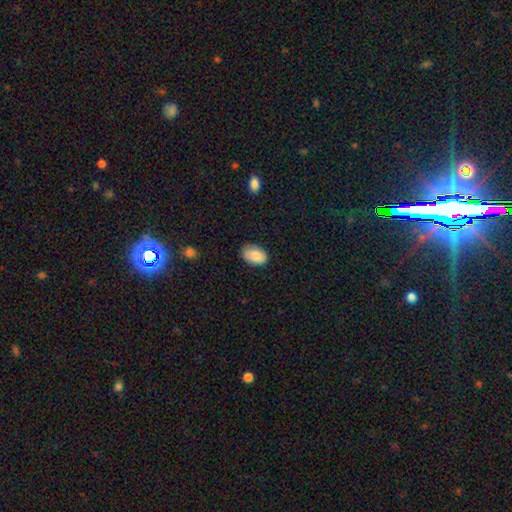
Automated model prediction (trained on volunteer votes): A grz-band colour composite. It shows a smooth galaxy with no disk features (84%) that is in between round and cigar-shaped (90%). Merging: none (76%).